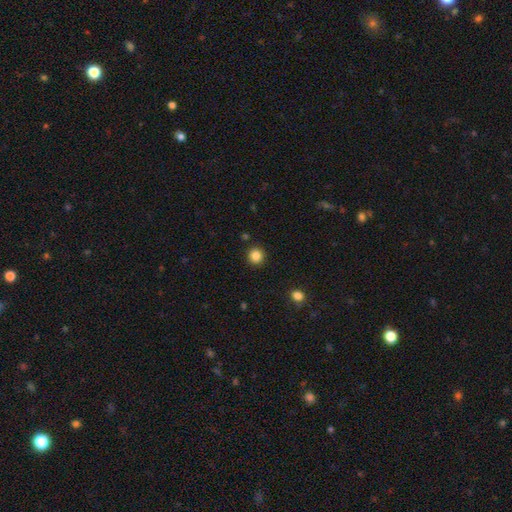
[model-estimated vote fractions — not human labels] Smooth or featured: smooth — 86% (star or artifact — 11%)
How rounded: round — 91% (in between — 8%)
Merging: none — 90% (minor disturbance — 6%)